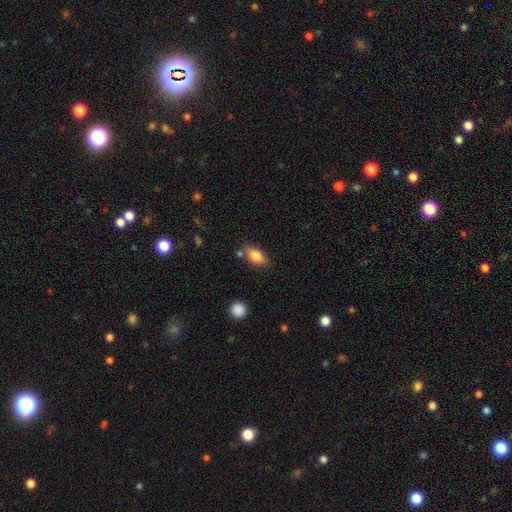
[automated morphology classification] smooth-or-featured: smooth: 77% | featured or disk: 15% | star or artifact: 7%
  how-rounded: in between: 85% | cigar-shaped: 10% | round: 5%
  merging: none: 73% | minor disturbance: 16% | merger: 8% | major disturbance: 4%